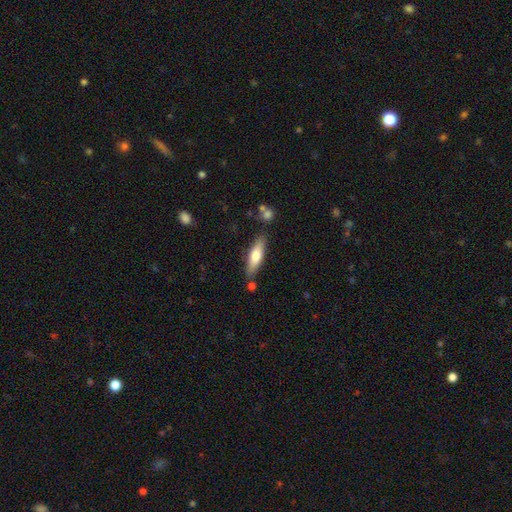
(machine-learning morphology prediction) Smooth or featured? smooth (65%)
How rounded? cigar-shaped (60%)
Merging? none (79%)